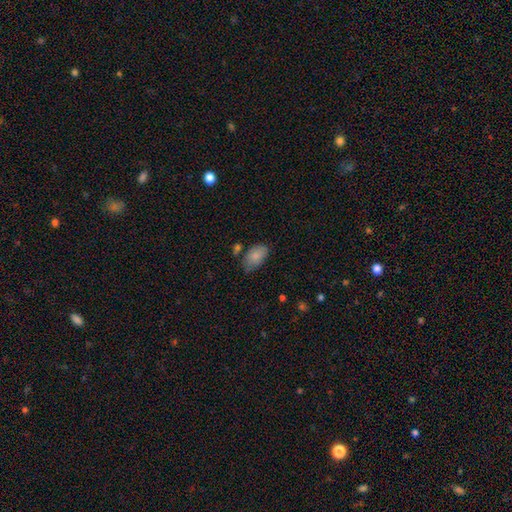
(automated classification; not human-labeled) This is clearly a smooth galaxy (83%). How rounded: clearly in between (93%). Merging: likely none (63%).